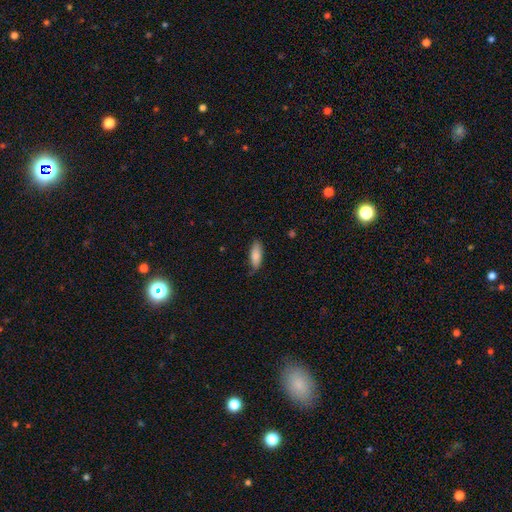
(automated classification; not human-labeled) Smooth or featured? smooth (82%)
How rounded? in between (69%)
Merging? none (70%)